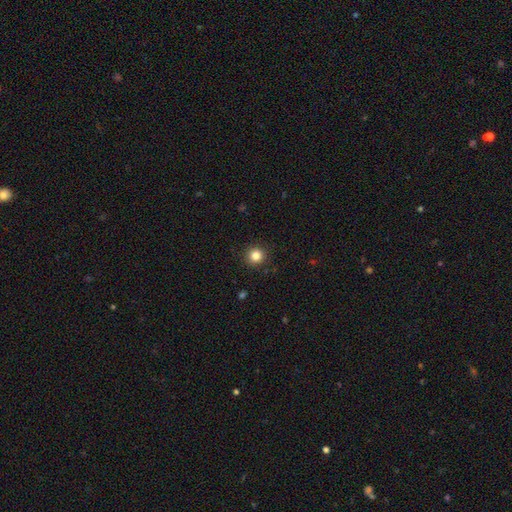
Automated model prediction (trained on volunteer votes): Smooth or featured: smooth — 84% (star or artifact — 11%)
How rounded: round — 94% (in between — 5%)
Merging: none — 91% (minor disturbance — 6%)